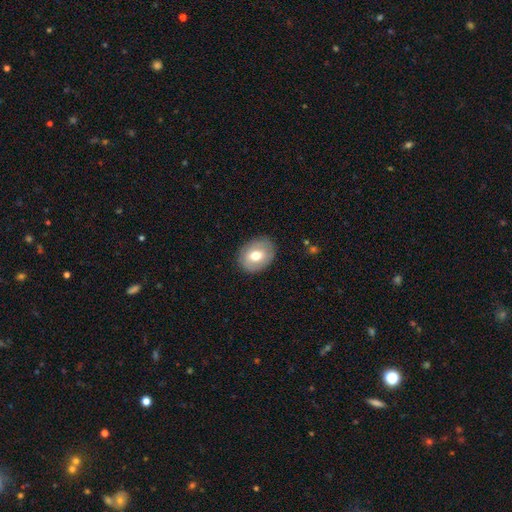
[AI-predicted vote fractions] smooth_or_featured: smooth (p=0.66) [alt: featured or disk p=0.26]
how_rounded: in between (p=0.55) [alt: round p=0.44]
merging: none (p=0.84) [alt: minor disturbance p=0.12]